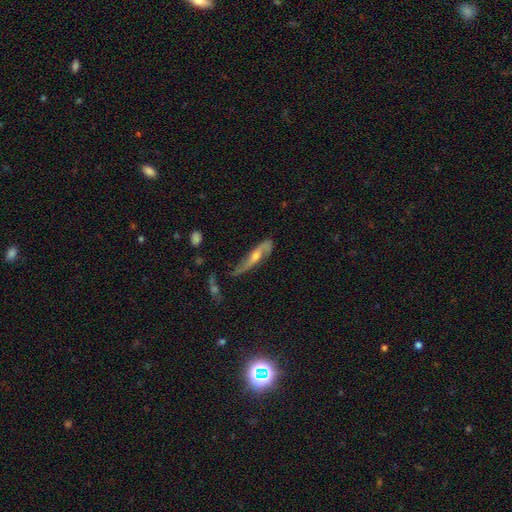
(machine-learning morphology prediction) The model was most divided on "edge-on disk": no: 54%, yes: 46%. More confident: smooth or featured — featured or disk (72%); merging — none (56%).